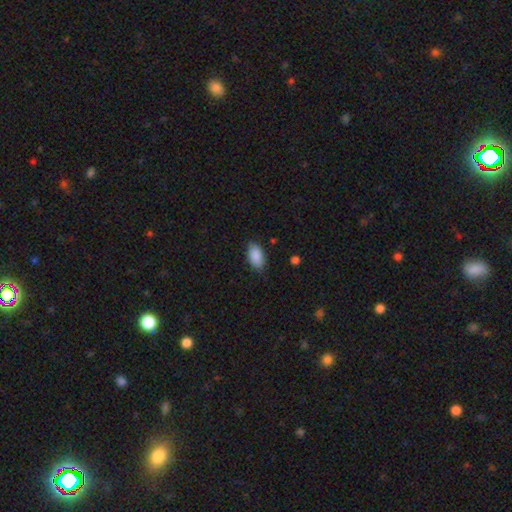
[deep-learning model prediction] Smooth or featured: smooth — 89% (star or artifact — 7%)
How rounded: in between — 94% (round — 3%)
Merging: none — 82% (minor disturbance — 14%)